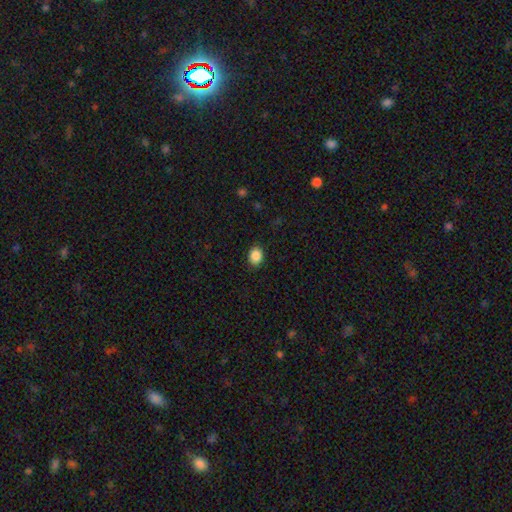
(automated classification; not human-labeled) Morphology: type=smooth (88%); roundness=in between (57%); merging=none (89%).